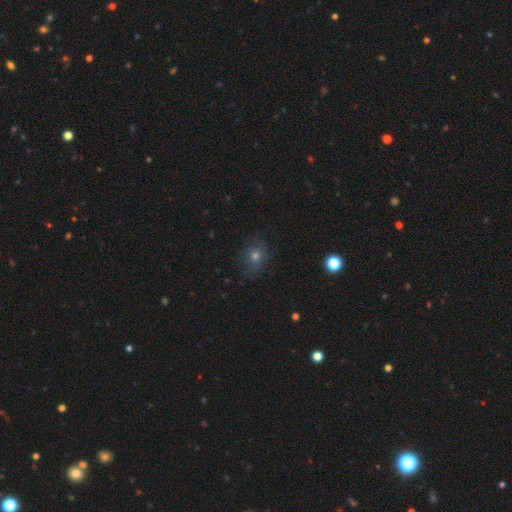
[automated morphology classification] Smooth or featured? Predicted: smooth (p=0.60). How rounded? Predicted: round (p=0.66). Merging? Predicted: none (p=0.74).